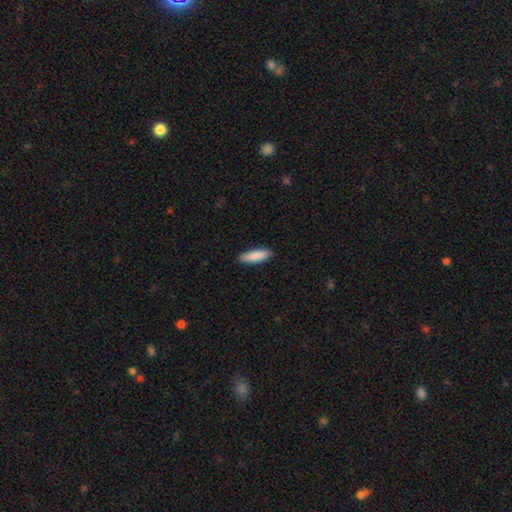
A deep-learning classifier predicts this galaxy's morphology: Overall: smooth (89%). How rounded: cigar-shaped (53%; in between 45%). Merging: none (89%).